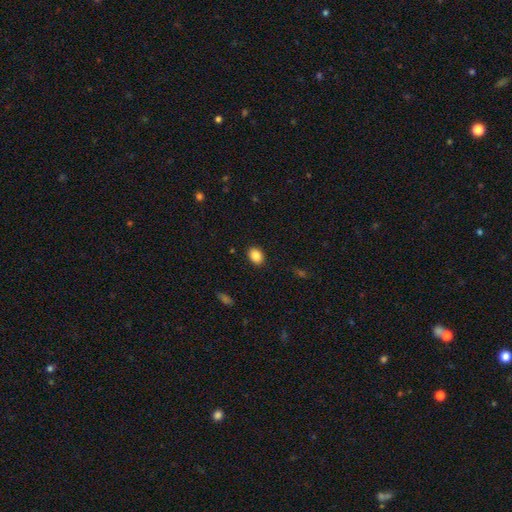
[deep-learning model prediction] Q: Smooth or featured?
A: smooth (87%); runner-up: star or artifact (9%)
Q: How rounded?
A: in between (66%); runner-up: round (33%)
Q: Merging?
A: none (89%); runner-up: minor disturbance (7%)